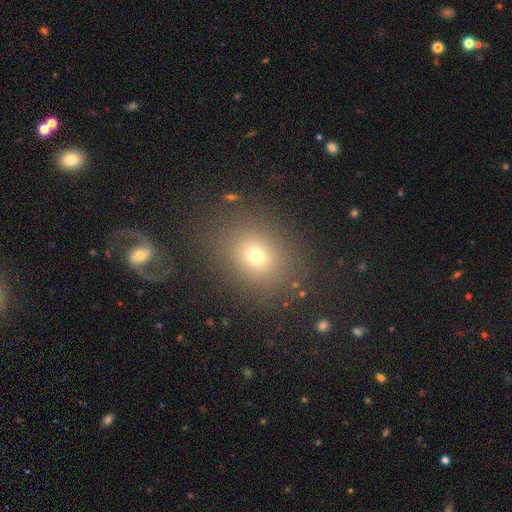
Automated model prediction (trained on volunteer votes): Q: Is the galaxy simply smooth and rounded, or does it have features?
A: smooth — 69%.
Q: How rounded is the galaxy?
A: round — 61%.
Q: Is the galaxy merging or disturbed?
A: none — 83%.